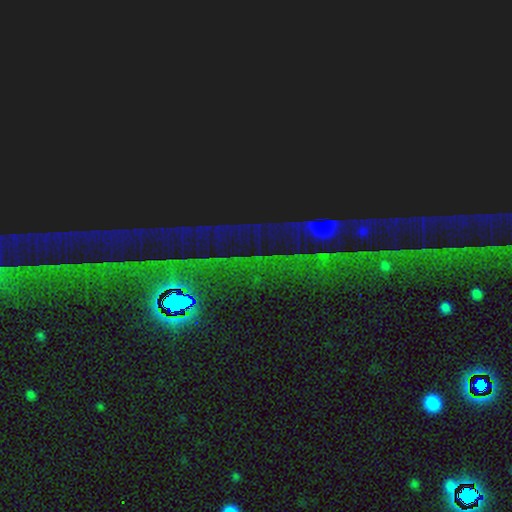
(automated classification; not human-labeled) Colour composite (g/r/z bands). It shows a star or artifact, not a galaxy (87%).